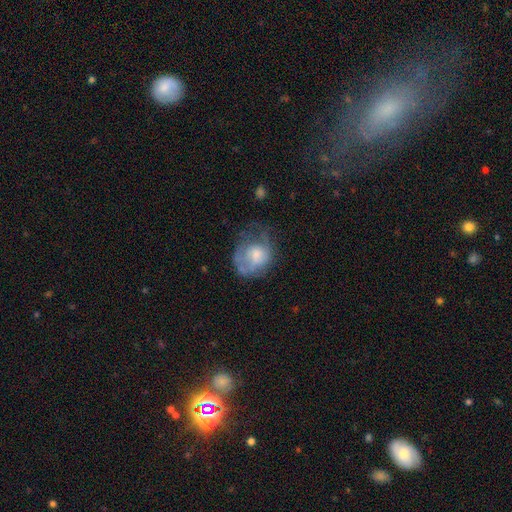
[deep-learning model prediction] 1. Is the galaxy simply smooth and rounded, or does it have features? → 50% smooth, 41% featured or disk, 8% star or artifact.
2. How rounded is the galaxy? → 56% round, 43% in between, 1% cigar-shaped.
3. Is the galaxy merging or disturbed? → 37% major disturbance, 32% none, 28% minor disturbance, 3% merger.